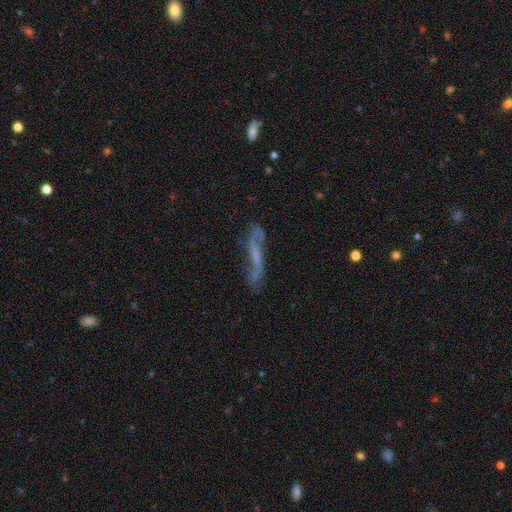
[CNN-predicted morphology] Smooth or featured? Predicted: featured or disk (p=0.70). Edge-on disk? Predicted: no (p=0.69). Merging? Predicted: none (p=0.62).